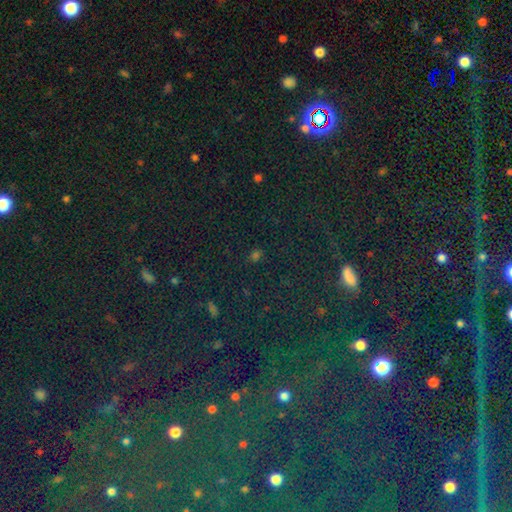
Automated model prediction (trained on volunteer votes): This is likely a star or artifact rather than a galaxy (60%).